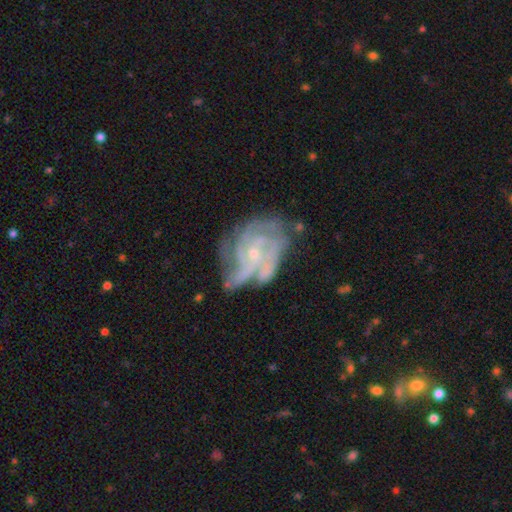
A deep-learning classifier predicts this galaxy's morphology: Overall: featured or disk (86%). Edge-on disk: no (98%). Bar: no (66%; weak 29%). Spiral arms: yes (94%). Spiral arm count: 3 (32%; can't tell 22%). Spiral winding: tight (54%; medium 37%). Bulge size: small (72%). Merging: none (48%; minor disturbance 26%).